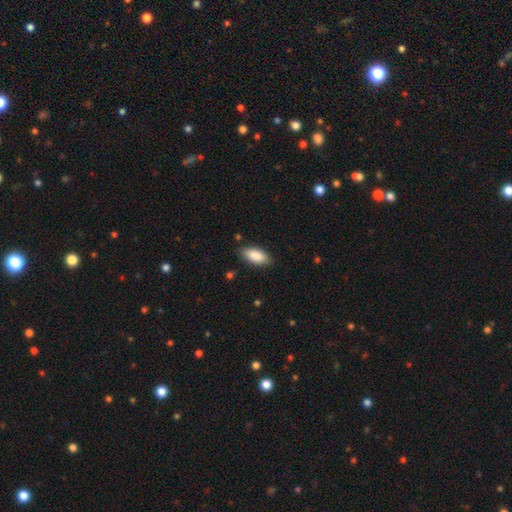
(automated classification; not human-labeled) smooth-or-featured: smooth: 88% | star or artifact: 6% | featured or disk: 6%
  how-rounded: in between: 89% | cigar-shaped: 9% | round: 2%
  merging: none: 84% | minor disturbance: 12% | major disturbance: 2% | merger: 1%